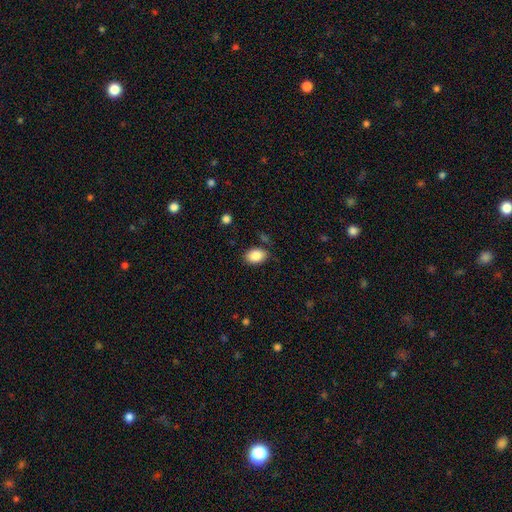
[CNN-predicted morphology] Q: Smooth or featured?
A: smooth (87%); runner-up: star or artifact (8%)
Q: How rounded?
A: in between (82%); runner-up: round (17%)
Q: Merging?
A: none (82%); runner-up: minor disturbance (13%)